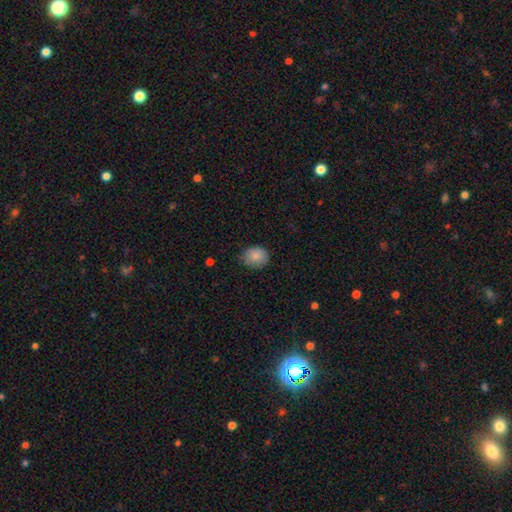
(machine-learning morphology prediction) smooth-or-featured: smooth: 85% | star or artifact: 8% | featured or disk: 7%
  how-rounded: round: 63% | in between: 36% | cigar-shaped: 1%
  merging: none: 72% | minor disturbance: 23% | major disturbance: 4% | merger: 1%